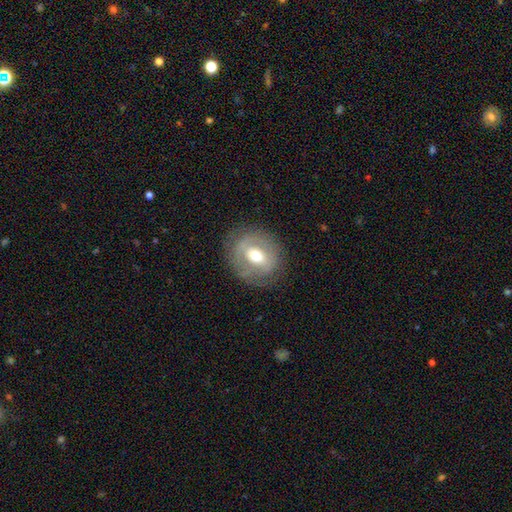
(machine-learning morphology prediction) Smooth or featured: featured or disk — 52% (smooth — 40%)
Edge-on disk: no — 94% (yes — 6%)
Merging: none — 74% (minor disturbance — 16%)